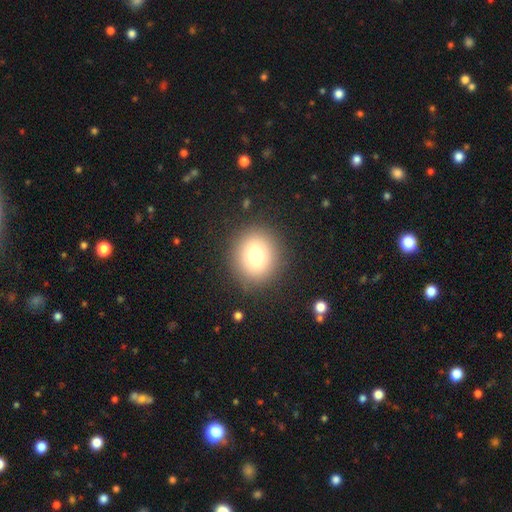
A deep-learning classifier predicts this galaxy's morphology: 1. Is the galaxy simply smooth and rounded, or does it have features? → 77% smooth, 12% star or artifact, 11% featured or disk.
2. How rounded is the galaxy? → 84% round, 15% in between, 1% cigar-shaped.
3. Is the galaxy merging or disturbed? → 87% none, 8% minor disturbance, 4% major disturbance, 1% merger.